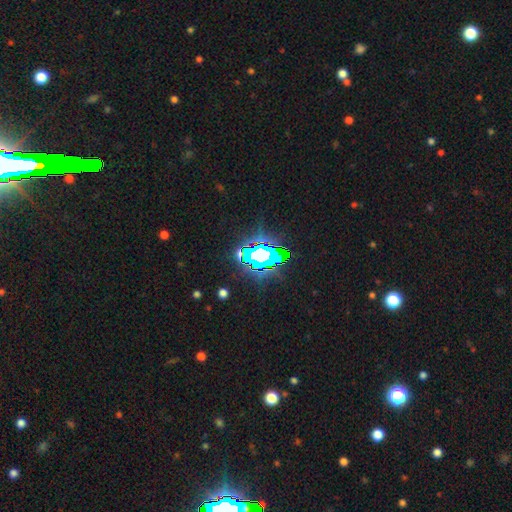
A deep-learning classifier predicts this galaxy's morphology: This appears to be a star or artifact, not a galaxy (81%).